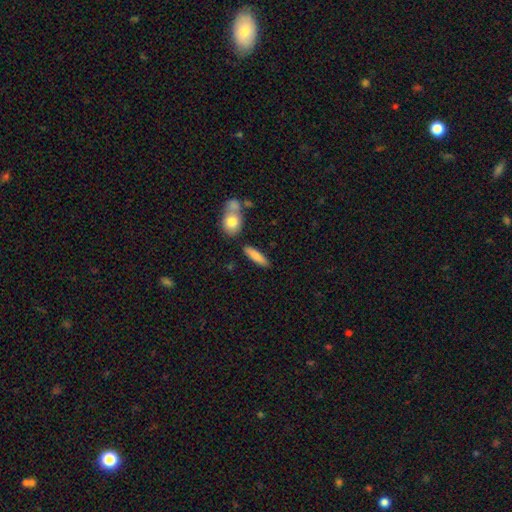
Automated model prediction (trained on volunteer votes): Smooth or featured: smooth — 81% (featured or disk — 13%)
How rounded: cigar-shaped — 64% (in between — 33%)
Merging: none — 79% (minor disturbance — 10%)